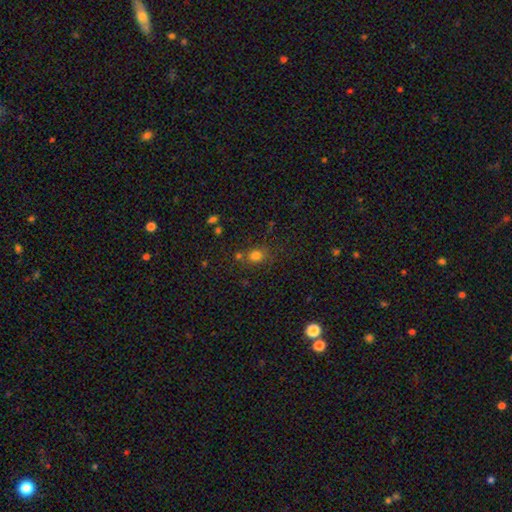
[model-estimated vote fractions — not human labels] A smooth galaxy with no disk features (77%) that is round (62%).

Vote fractions:
- Smooth or featured? smooth: 77% / star or artifact: 16% / featured or disk: 7%
- How rounded? round: 62% / in between: 37% / cigar-shaped: 1%
- Merging? none: 67% / minor disturbance: 15% / merger: 12% / major disturbance: 6%